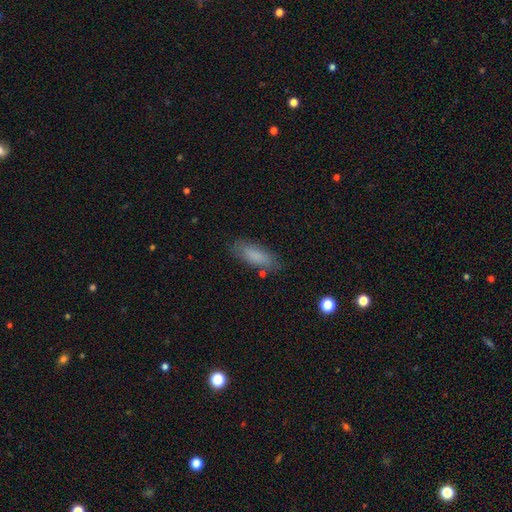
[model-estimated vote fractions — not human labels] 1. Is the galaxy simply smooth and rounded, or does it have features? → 82% smooth, 11% featured or disk, 7% star or artifact.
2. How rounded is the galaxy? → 66% in between, 32% cigar-shaped, 2% round.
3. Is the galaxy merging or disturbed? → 80% none, 14% minor disturbance, 4% major disturbance, 2% merger.